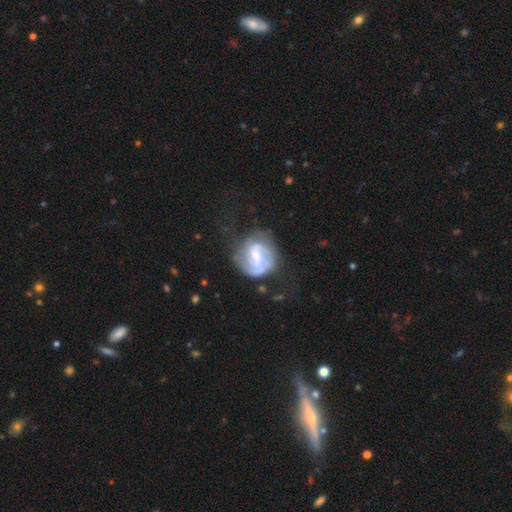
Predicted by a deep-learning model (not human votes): Smooth or featured? Predicted: featured or disk (p=0.77). Edge-on disk? Predicted: no (p=0.98). Bar? Predicted: weak (p=0.50). Spiral arms? Predicted: yes (p=0.86). Spiral winding? Predicted: medium (p=0.43). Spiral arm count? Predicted: 2 (p=0.56). Bulge size? Predicted: small (p=0.57). Merging? Predicted: none (p=0.50).